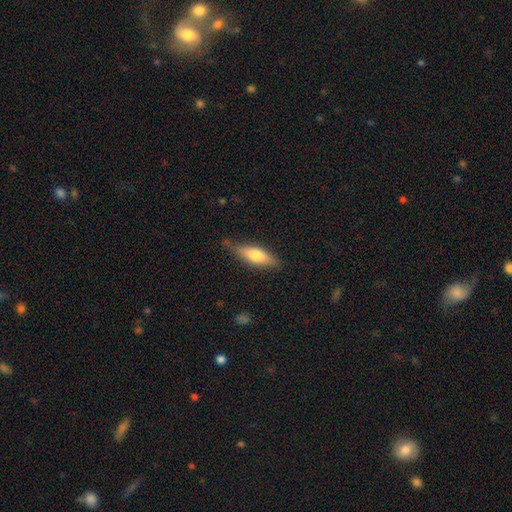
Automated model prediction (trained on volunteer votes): Smooth or featured?
  - smooth: 65% *
  - featured or disk: 29%
  - star or artifact: 6%
How rounded?
  - in between: 51% *
  - cigar-shaped: 47%
  - round: 2%
Merging?
  - none: 74% *
  - minor disturbance: 20%
  - major disturbance: 4%
  - merger: 2%